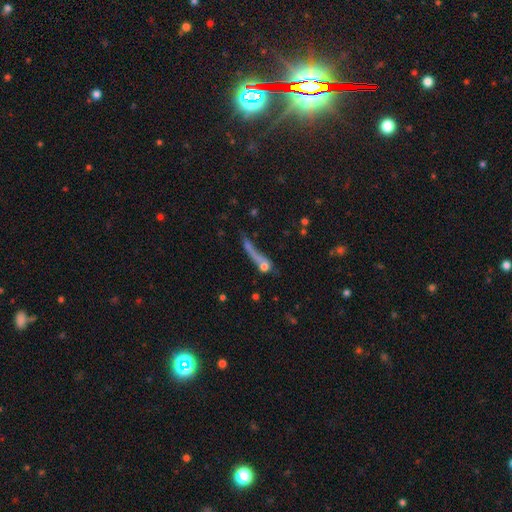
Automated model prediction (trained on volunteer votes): The model was most divided on "smooth or featured": smooth: 41%, featured or disk: 33%, star or artifact: 25%. Remaining: merging — none (39%).